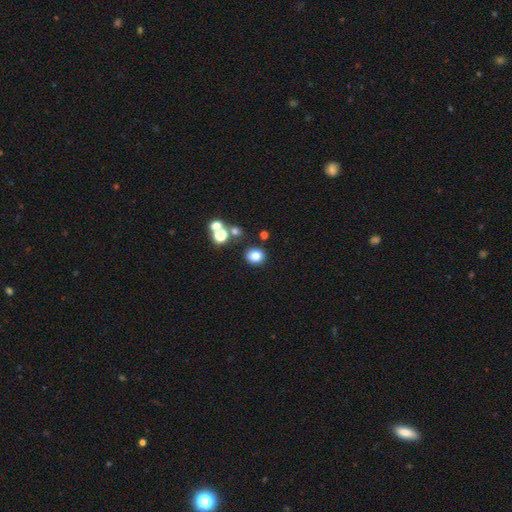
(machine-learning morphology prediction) smooth_or_featured: smooth (p=0.79) [alt: star or artifact p=0.14]
how_rounded: round (p=0.73) [alt: in between p=0.26]
merging: none (p=0.82) [alt: minor disturbance p=0.09]